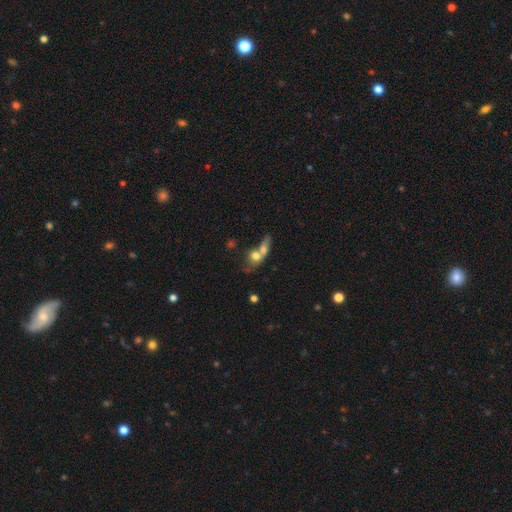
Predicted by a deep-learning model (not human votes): smooth_or_featured: smooth (p=0.62) [alt: featured or disk p=0.28]
how_rounded: round (p=0.49) [alt: in between p=0.39]
merging: merger (p=0.67) [alt: none p=0.18]